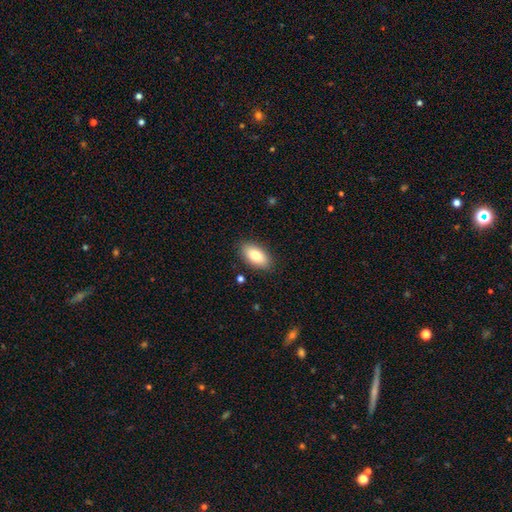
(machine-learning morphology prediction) A smooth galaxy with no disk features (78%) that is in between round and cigar-shaped (92%).

Vote fractions:
- Smooth or featured? smooth: 78% / featured or disk: 15% / star or artifact: 7%
- How rounded? in between: 92% / round: 4% / cigar-shaped: 4%
- Merging? none: 87% / minor disturbance: 9% / major disturbance: 2% / merger: 1%